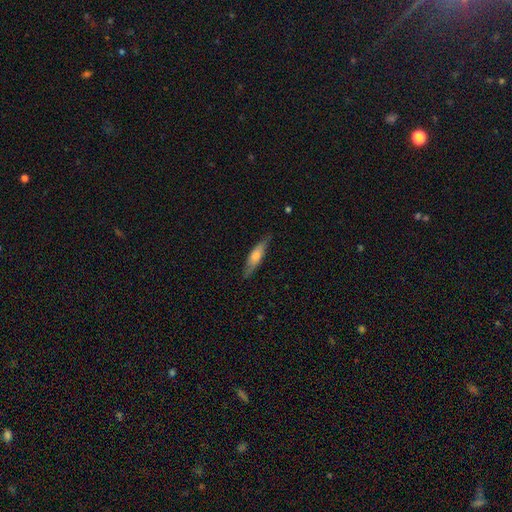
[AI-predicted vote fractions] Q: Smooth or featured?
A: smooth (56%); runner-up: featured or disk (39%)
Q: How rounded?
A: cigar-shaped (70%); runner-up: in between (28%)
Q: Merging?
A: none (81%); runner-up: minor disturbance (15%)